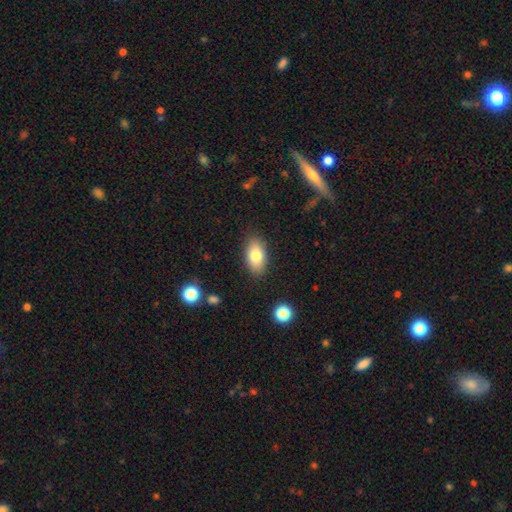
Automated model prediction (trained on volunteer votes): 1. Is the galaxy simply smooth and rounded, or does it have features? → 79% smooth, 14% featured or disk, 8% star or artifact.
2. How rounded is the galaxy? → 91% in between, 5% round, 4% cigar-shaped.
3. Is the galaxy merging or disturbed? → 86% none, 10% minor disturbance, 2% major disturbance, 1% merger.